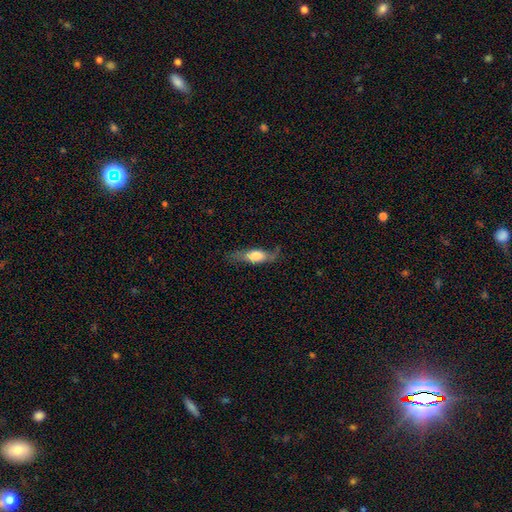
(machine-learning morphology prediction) smooth_or_featured: smooth (p=0.54) [alt: featured or disk p=0.40]
how_rounded: in between (p=0.54) [alt: cigar-shaped p=0.42]
merging: none (p=0.61) [alt: minor disturbance p=0.25]